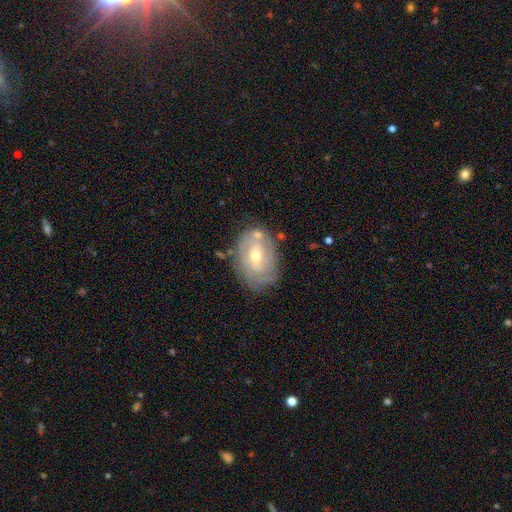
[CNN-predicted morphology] smooth_or_featured: featured or disk (p=0.69) [alt: smooth p=0.24]
disk_edge_on: no (p=0.95) [alt: yes p=0.05]
bar: no (p=0.56) [alt: weak p=0.35]
has_spiral_arms: yes (p=0.73) [alt: no p=0.27]
bulge_size: moderate (p=0.53) [alt: small p=0.44]
merging: none (p=0.69) [alt: minor disturbance p=0.20]